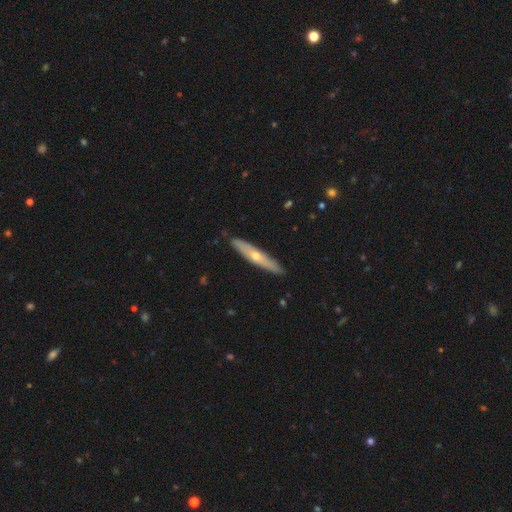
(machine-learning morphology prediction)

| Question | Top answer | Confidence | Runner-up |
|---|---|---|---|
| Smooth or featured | featured or disk | 55% | smooth (40%) |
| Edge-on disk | yes | 83% | no (17%) |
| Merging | none | 89% | minor disturbance (8%) |